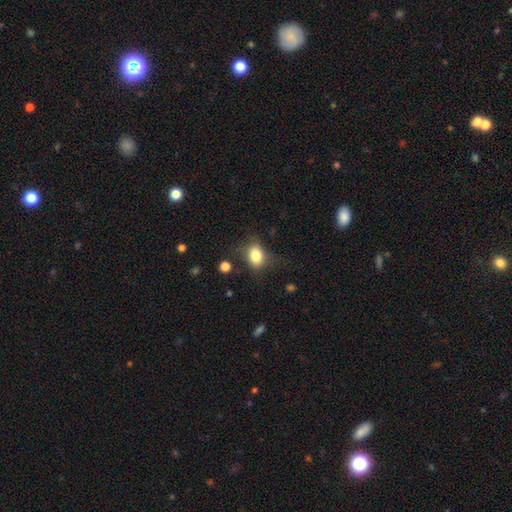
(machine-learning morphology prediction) A smooth galaxy with no disk features (82%) that is in between round and cigar-shaped (69%).

Vote fractions:
- Smooth or featured? smooth: 82% / star or artifact: 10% / featured or disk: 8%
- How rounded? in between: 69% / round: 29% / cigar-shaped: 1%
- Merging? none: 67% / minor disturbance: 22% / major disturbance: 9% / merger: 2%